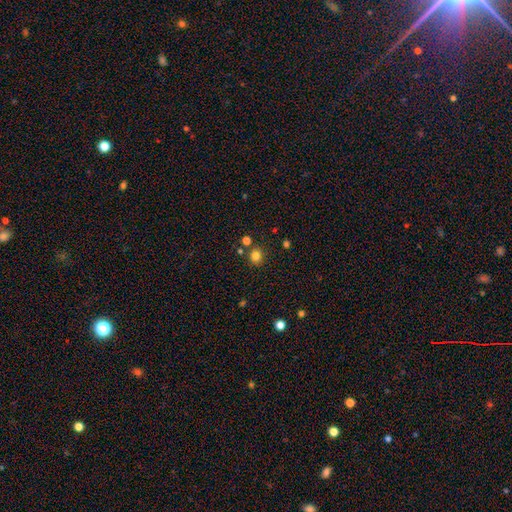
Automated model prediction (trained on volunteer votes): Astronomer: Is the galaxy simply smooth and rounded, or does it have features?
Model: smooth — 81%.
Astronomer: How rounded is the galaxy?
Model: round — 85%.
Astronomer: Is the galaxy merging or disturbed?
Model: none — 83%.